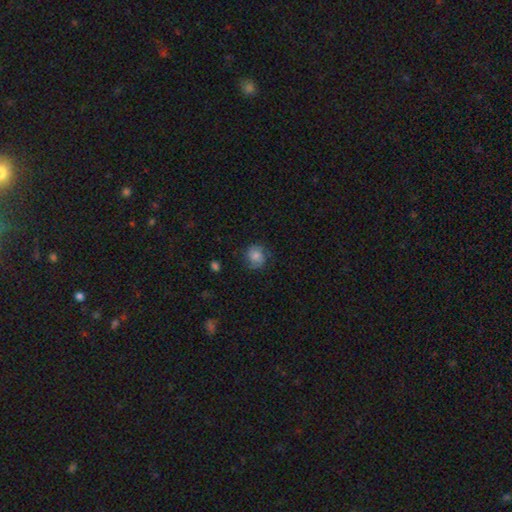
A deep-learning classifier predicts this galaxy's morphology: The model was most divided on "smooth or featured": smooth: 57%, featured or disk: 34%, star or artifact: 9%. More confident: how rounded — round (77%); merging — none (73%).